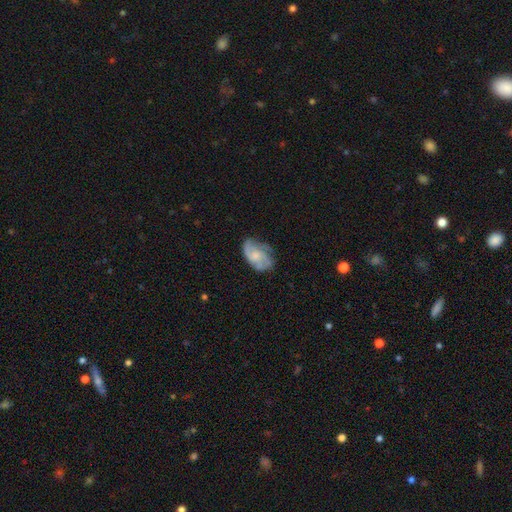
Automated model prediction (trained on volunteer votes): This appears to be a featured or disk galaxy (70%) with no bar (73%), 3 (35%) medium (45%) spiral arms (89%) and a small central bulge (40%). Merging: none (58%).